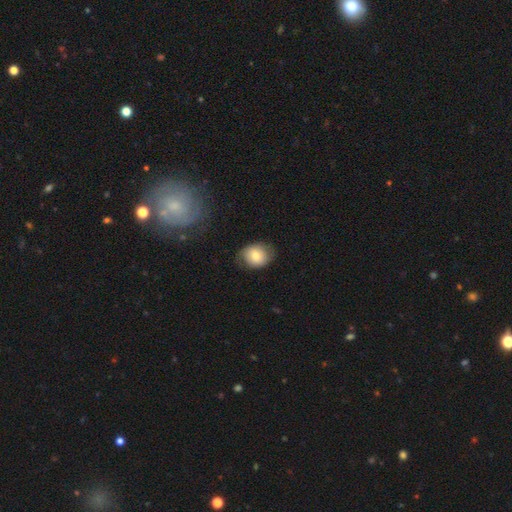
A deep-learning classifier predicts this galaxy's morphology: Smooth or featured: smooth — 68% (featured or disk — 24%)
How rounded: round — 63% (in between — 36%)
Merging: none — 67% (minor disturbance — 23%)